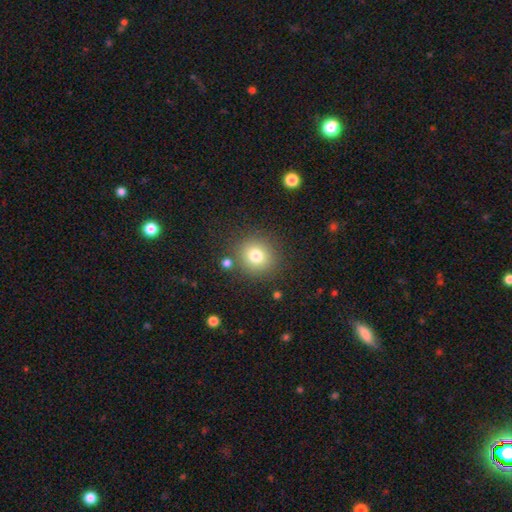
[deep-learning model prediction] smooth 78%, star or artifact 13%, featured or disk 9%. Down the decision tree: how rounded — round (88%); merging — none (84%).